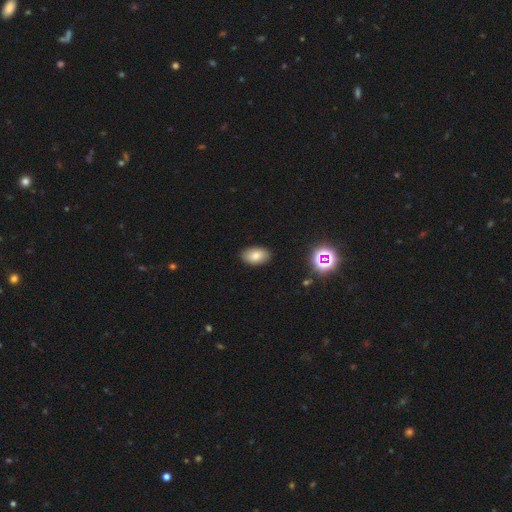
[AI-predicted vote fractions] This is clearly a smooth galaxy (82%). How rounded: clearly in between (90%). Merging: clearly none (88%).